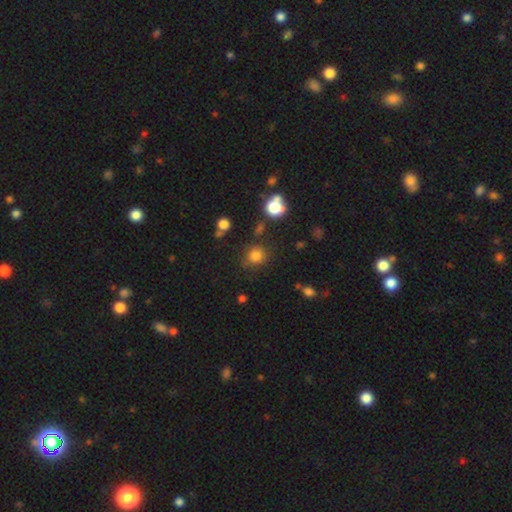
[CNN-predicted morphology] This is likely a smooth galaxy (78%). How rounded: clearly round (85%). Merging: likely none (78%).